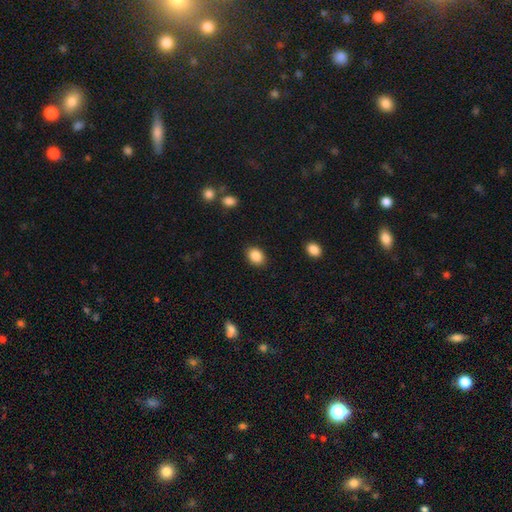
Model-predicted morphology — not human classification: Smooth or featured? smooth (88%)
How rounded? in between (64%)
Merging? none (88%)